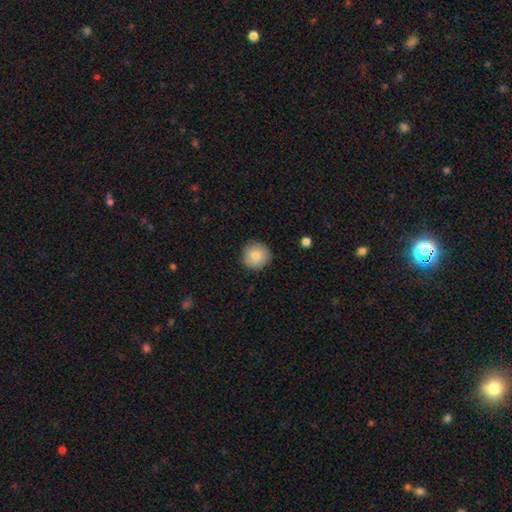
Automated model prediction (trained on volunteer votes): Q: Smooth or featured?
A: smooth (83%); runner-up: featured or disk (10%)
Q: How rounded?
A: round (95%); runner-up: in between (4%)
Q: Merging?
A: none (88%); runner-up: minor disturbance (9%)